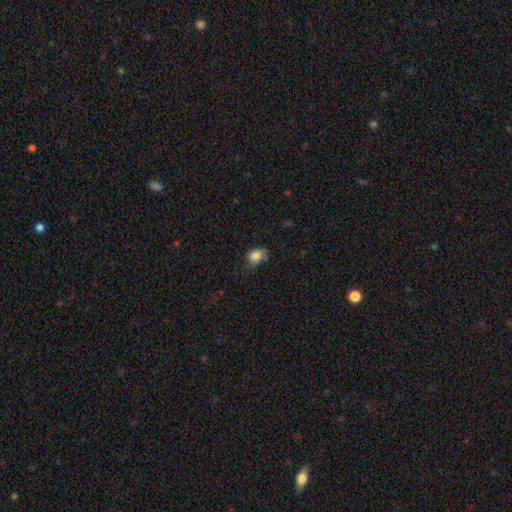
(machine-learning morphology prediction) A smooth galaxy with no disk features (81%) that is in between round and cigar-shaped (63%).

Vote fractions:
- Smooth or featured? smooth: 81% / featured or disk: 10% / star or artifact: 9%
- How rounded? in between: 63% / round: 36% / cigar-shaped: 1%
- Merging? minor disturbance: 40% / none: 38% / major disturbance: 18% / merger: 3%